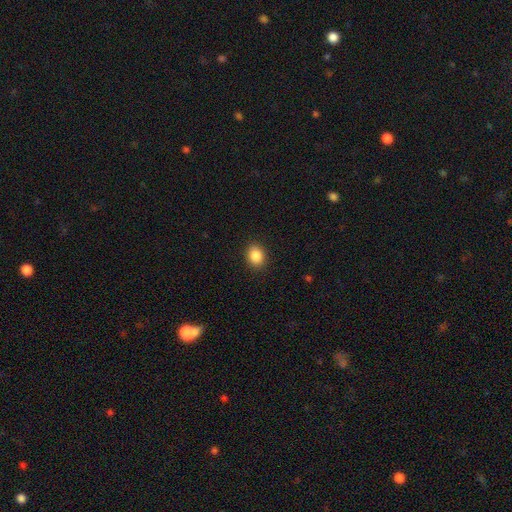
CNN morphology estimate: A smooth galaxy with no disk features (87%) that is round (50%). Merging: none (90%).